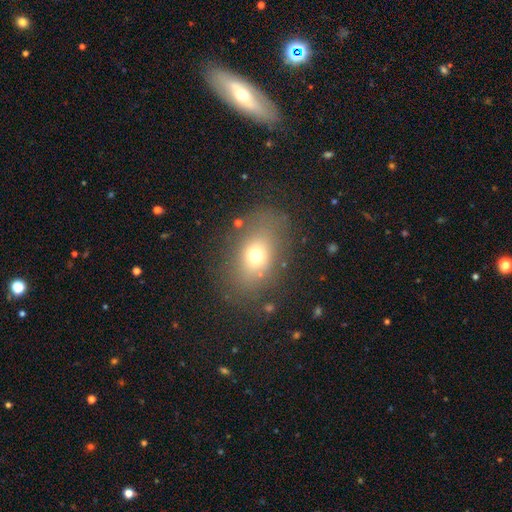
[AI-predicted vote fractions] A smooth galaxy with no disk features (68%) that is in between round and cigar-shaped (74%). Merging: none (76%).